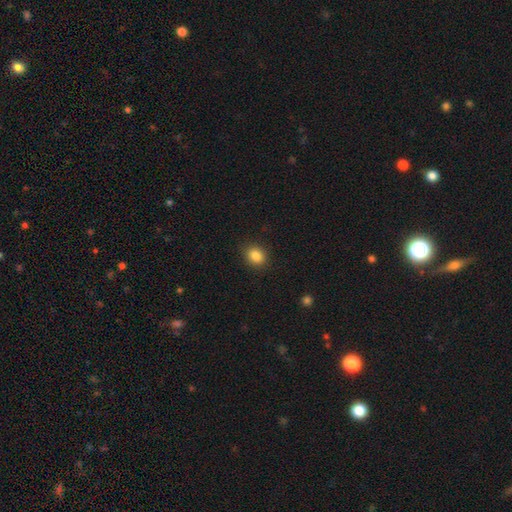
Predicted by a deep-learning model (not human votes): Morphology: type=smooth (86%); roundness=round (51%); merging=none (88%).